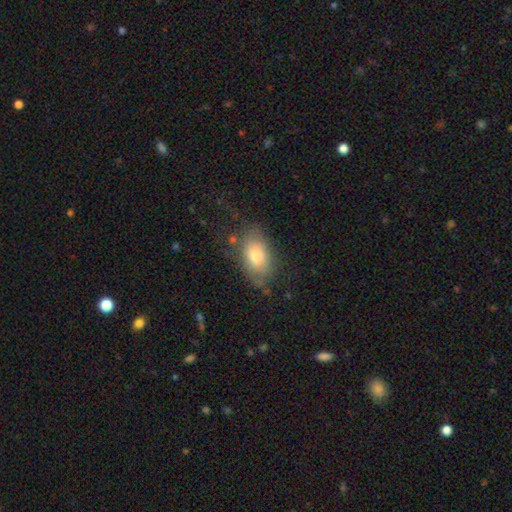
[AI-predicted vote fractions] A smooth galaxy with no disk features (74%) that is in between round and cigar-shaped (89%).

Vote fractions:
- Smooth or featured? smooth: 74% / featured or disk: 18% / star or artifact: 8%
- How rounded? in between: 89% / round: 9% / cigar-shaped: 2%
- Merging? none: 66% / minor disturbance: 22% / major disturbance: 8% / merger: 3%